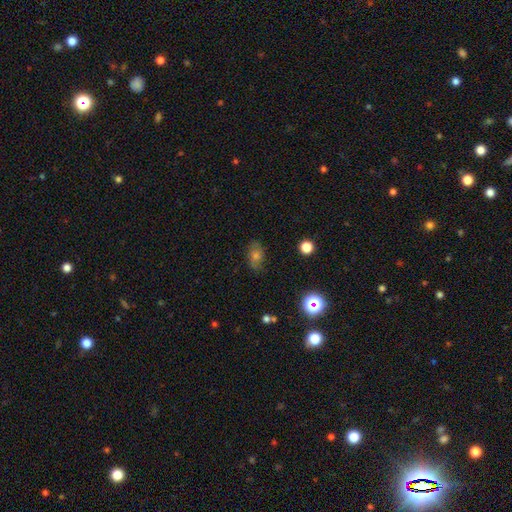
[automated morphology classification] This is possibly a smooth galaxy (51%). How rounded: likely in between (74%). Merging: likely none (76%).